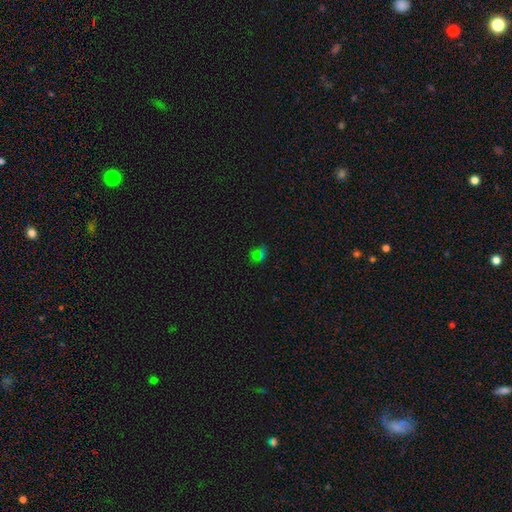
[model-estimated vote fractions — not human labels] smooth 45% (tied), star or artifact 45% (tied), featured or disk 9%. Down the decision tree: merging — none (64%).